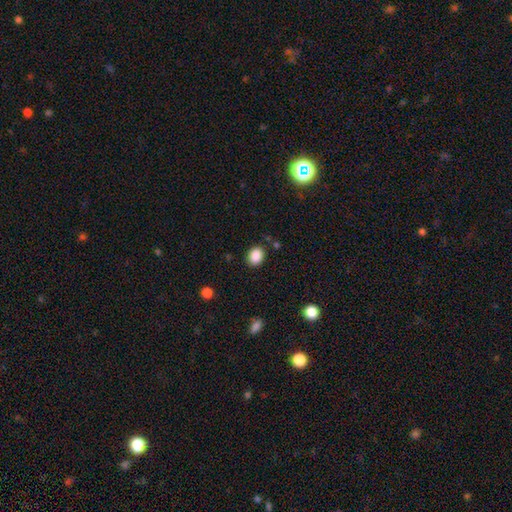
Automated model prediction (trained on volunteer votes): smooth 88%, star or artifact 9%, featured or disk 3%. Down the decision tree: how rounded — in between (55%); merging — none (85%).